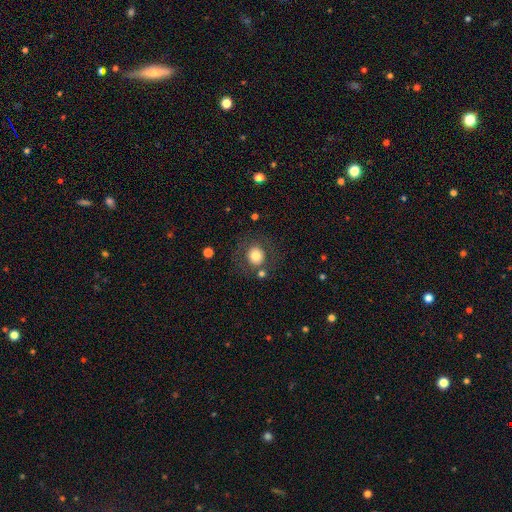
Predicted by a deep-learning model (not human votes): Smooth or featured?
  - smooth: 74% *
  - featured or disk: 16%
  - star or artifact: 11%
How rounded?
  - round: 88% *
  - in between: 11%
  - cigar-shaped: 1%
Merging?
  - none: 78% *
  - minor disturbance: 10%
  - major disturbance: 7%
  - merger: 5%